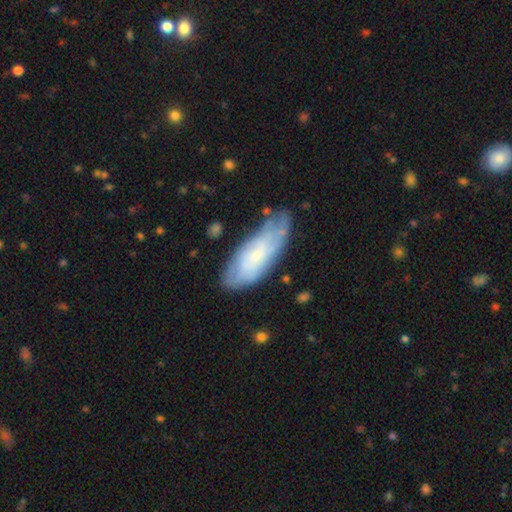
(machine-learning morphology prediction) smooth_or_featured: featured or disk (p=0.49) [alt: smooth p=0.44]
merging: none (p=0.65) [alt: minor disturbance p=0.26]